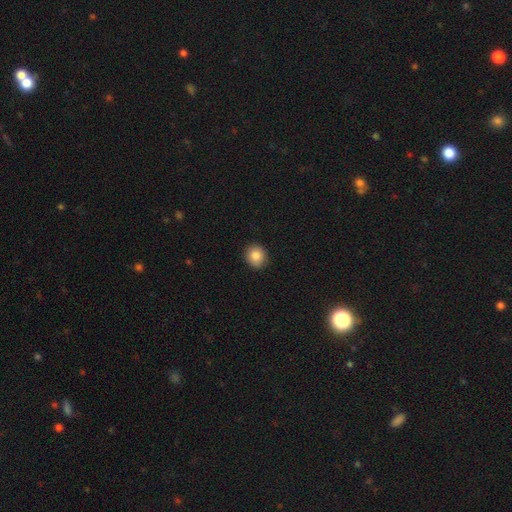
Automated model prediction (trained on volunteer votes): smooth_or_featured: smooth (p=0.85) [alt: star or artifact p=0.09]
how_rounded: round (p=0.82) [alt: in between p=0.17]
merging: none (p=0.91) [alt: minor disturbance p=0.07]